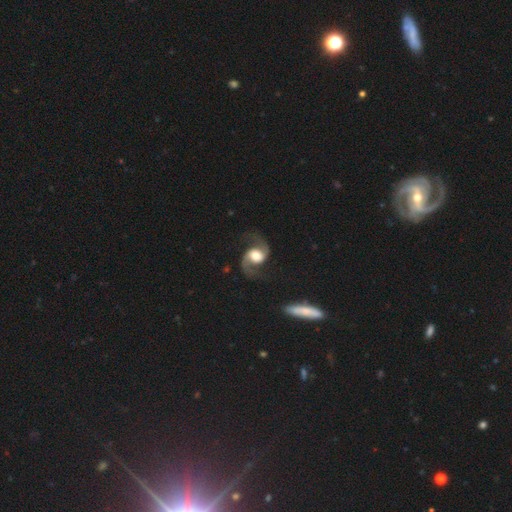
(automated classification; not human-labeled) Smooth or featured?
  - featured or disk: 89% *
  - smooth: 6%
  - star or artifact: 5%
Edge-on disk?
  - no: 98% *
  - yes: 2%
Bar?
  - no: 50% *
  - weak: 35%
  - strong: 15%
Spiral arms?
  - yes: 97% *
  - no: 3%
Spiral winding?
  - loose: 53% *
  - medium: 40%
  - tight: 7%
Spiral arm count?
  - 2: 94% *
  - 1: 2%
  - can't tell: 1%
  - 3: 1%
  - 4: 1%
  - more than 4: 1%
Bulge size?
  - moderate: 52% *
  - large: 35%
  - small: 8%
  - dominant: 4%
  - none: 2%
Merging?
  - none: 77% *
  - minor disturbance: 13%
  - major disturbance: 8%
  - merger: 2%